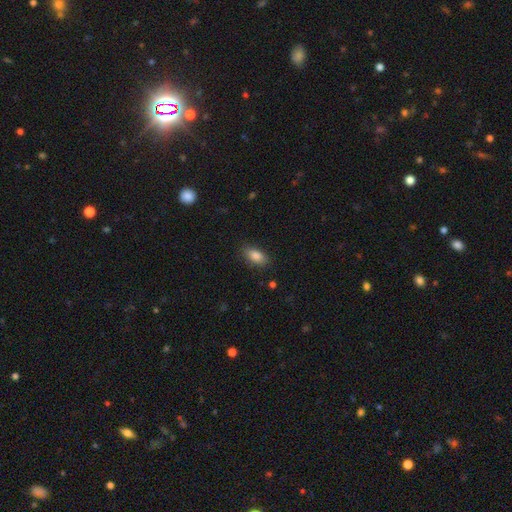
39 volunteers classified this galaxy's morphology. smooth-or-featured: smooth: 87% | featured or disk: 8% | star or artifact: 5%
  how-rounded: in between: 88% | cigar-shaped: 9% | round: 3%
  merging: none: 92% | minor disturbance: 8% | major disturbance: 0% | merger: 0%